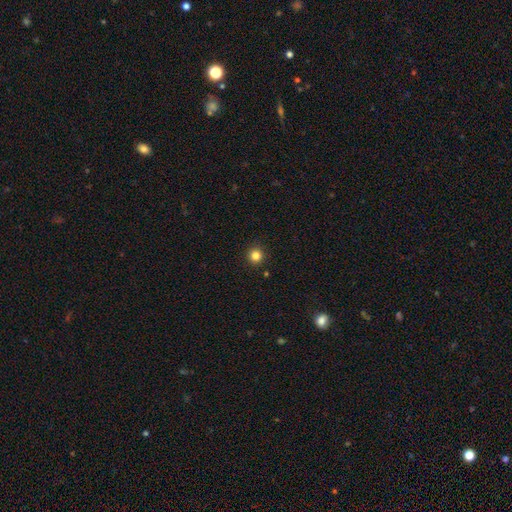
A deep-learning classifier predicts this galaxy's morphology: A smooth galaxy with no disk features (83%) that is round (96%).

Vote fractions:
- Smooth or featured? smooth: 83% / star or artifact: 12% / featured or disk: 4%
- How rounded? round: 96% / in between: 4% / cigar-shaped: 1%
- Merging? none: 92% / minor disturbance: 5% / major disturbance: 2% / merger: 1%